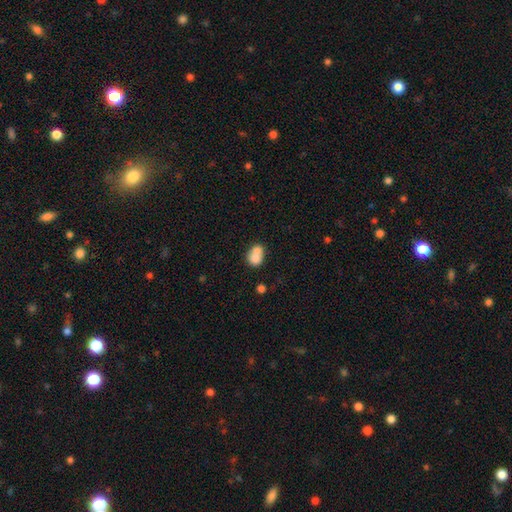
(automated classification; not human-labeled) Smooth or featured: smooth — 74% (featured or disk — 17%)
How rounded: round — 55% (in between — 44%)
Merging: merger — 63% (none — 25%)